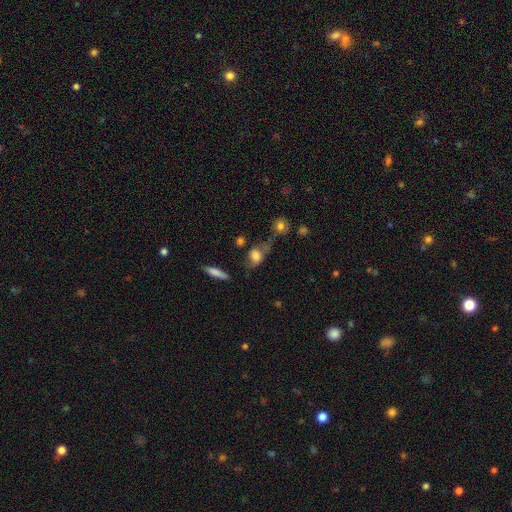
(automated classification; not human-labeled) smooth_or_featured: smooth (p=0.64) [alt: featured or disk p=0.26]
how_rounded: in between (p=0.68) [alt: round p=0.25]
merging: none (p=0.38) [alt: minor disturbance p=0.25]